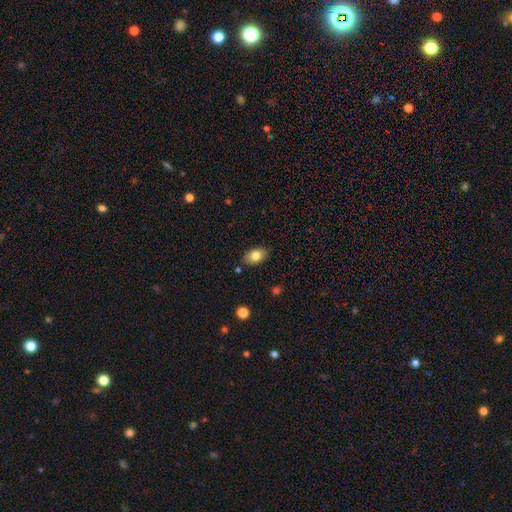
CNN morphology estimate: Smooth or featured: smooth — 80% (featured or disk — 12%)
How rounded: in between — 89% (round — 10%)
Merging: none — 84% (minor disturbance — 11%)